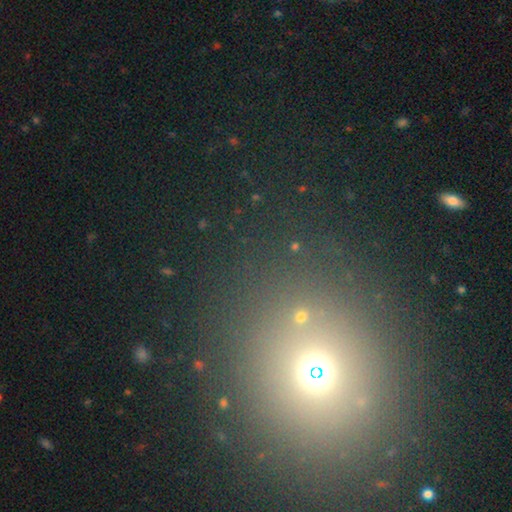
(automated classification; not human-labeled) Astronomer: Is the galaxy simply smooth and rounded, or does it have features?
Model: star or artifact — 58%.